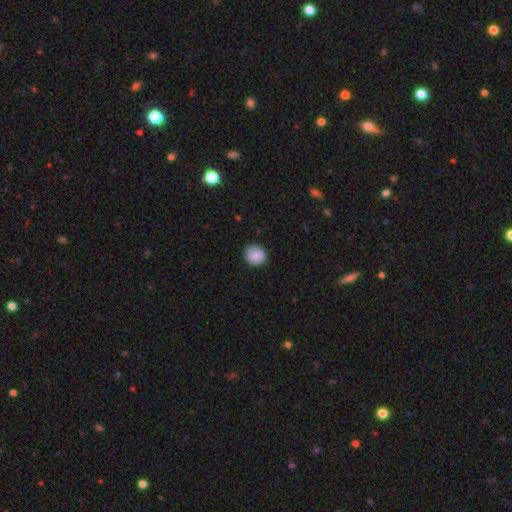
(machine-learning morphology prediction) smooth 78%, featured or disk 15%, star or artifact 7%. Down the decision tree: how rounded — round (88%); merging — none (85%).